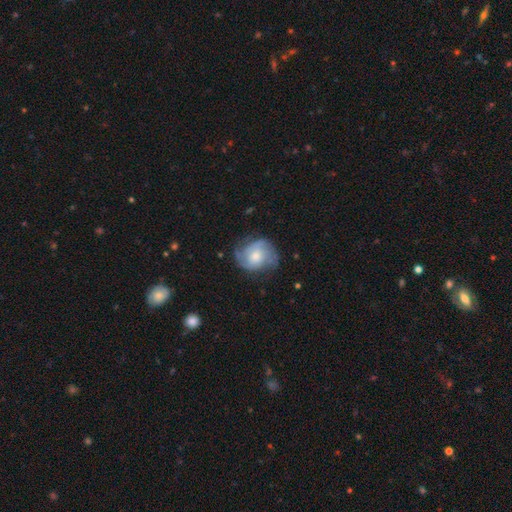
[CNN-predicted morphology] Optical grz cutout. It shows a featured or disk galaxy (60%) with no bar (72%), spiral arms (84%) and a moderate central bulge (52%). Merging: none (57%).